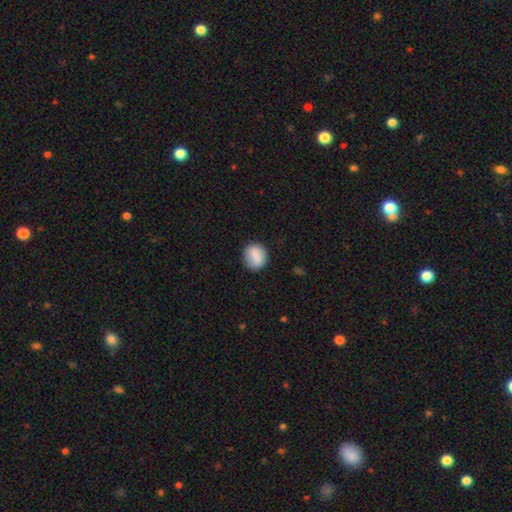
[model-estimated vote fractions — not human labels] This is clearly a smooth galaxy (84%). How rounded: likely round (69%). Merging: clearly none (85%).